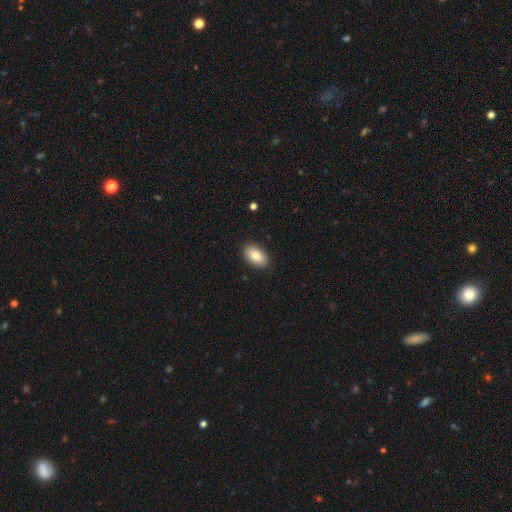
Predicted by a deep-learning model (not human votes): smooth-or-featured: smooth: 86% | featured or disk: 7% | star or artifact: 7%
  how-rounded: in between: 93% | round: 5% | cigar-shaped: 1%
  merging: none: 88% | minor disturbance: 9% | major disturbance: 2% | merger: 1%